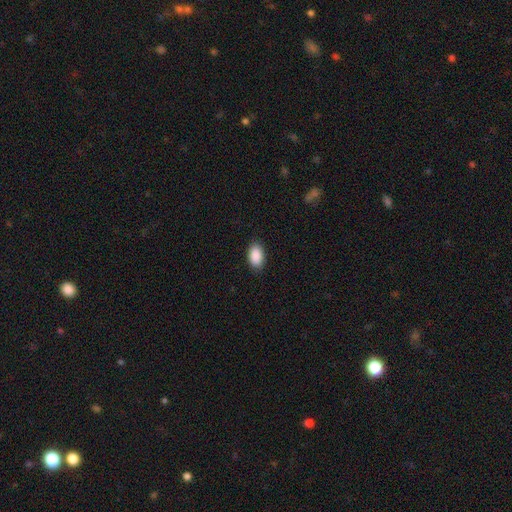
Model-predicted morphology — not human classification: smooth-or-featured: smooth: 91% | star or artifact: 7% | featured or disk: 3%
  how-rounded: in between: 93% | round: 6% | cigar-shaped: 1%
  merging: none: 87% | minor disturbance: 10% | major disturbance: 2% | merger: 1%